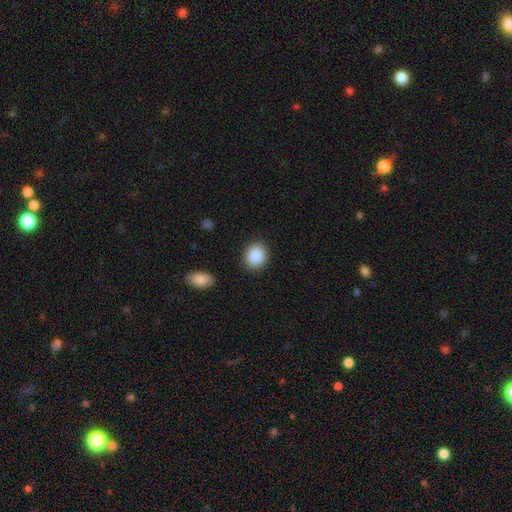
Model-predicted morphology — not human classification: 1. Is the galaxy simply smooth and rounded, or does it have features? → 89% smooth, 7% star or artifact, 4% featured or disk.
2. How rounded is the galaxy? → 57% round, 42% in between, 1% cigar-shaped.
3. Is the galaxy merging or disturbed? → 88% none, 8% minor disturbance, 3% major disturbance, 2% merger.